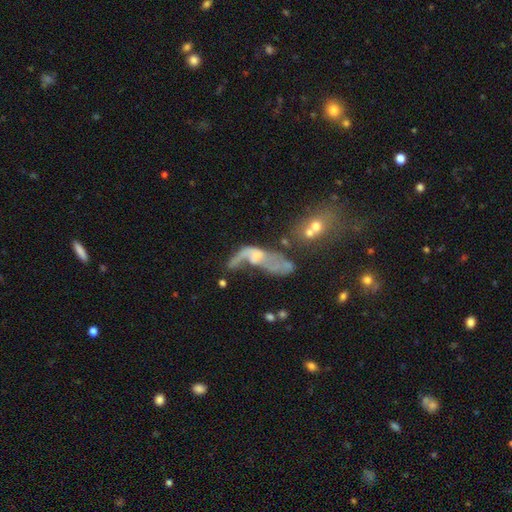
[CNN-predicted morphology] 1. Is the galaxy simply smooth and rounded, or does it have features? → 64% featured or disk, 24% smooth, 12% star or artifact.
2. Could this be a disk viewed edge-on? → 89% no, 11% yes.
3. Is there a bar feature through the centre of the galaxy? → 69% no, 24% weak, 7% strong.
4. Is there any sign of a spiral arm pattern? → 54% yes, 46% no.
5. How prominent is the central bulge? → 39% small, 30% moderate, 25% none, 4% large, 2% dominant.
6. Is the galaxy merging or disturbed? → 38% major disturbance, 34% merger, 16% none, 11% minor disturbance.